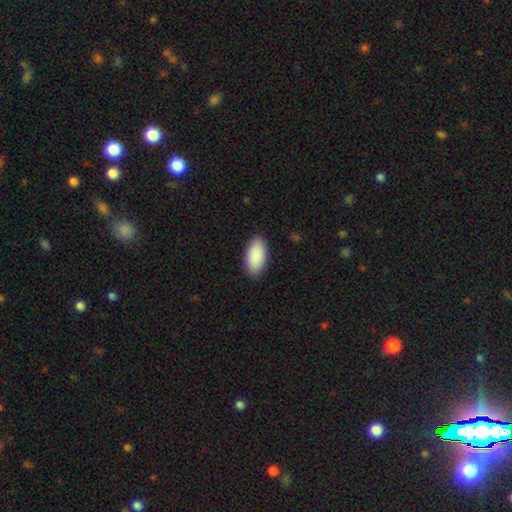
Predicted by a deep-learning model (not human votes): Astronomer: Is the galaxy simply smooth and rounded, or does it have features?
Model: smooth — 91%.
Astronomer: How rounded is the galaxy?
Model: in between — 95%.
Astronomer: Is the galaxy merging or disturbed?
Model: none — 88%.